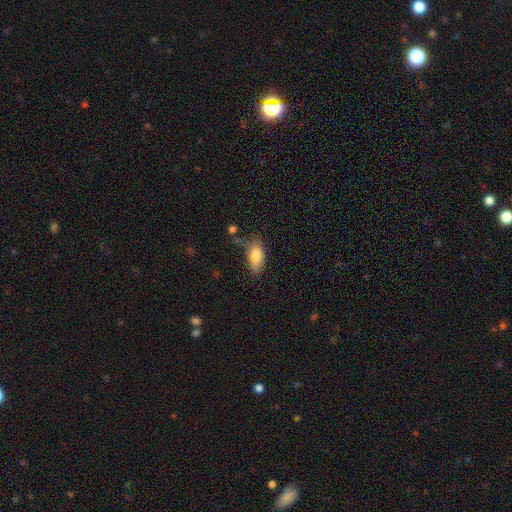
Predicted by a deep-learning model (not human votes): This appears to be a smooth galaxy with no disk features (81%) that is in between round and cigar-shaped (90%). Merging: none (59%).